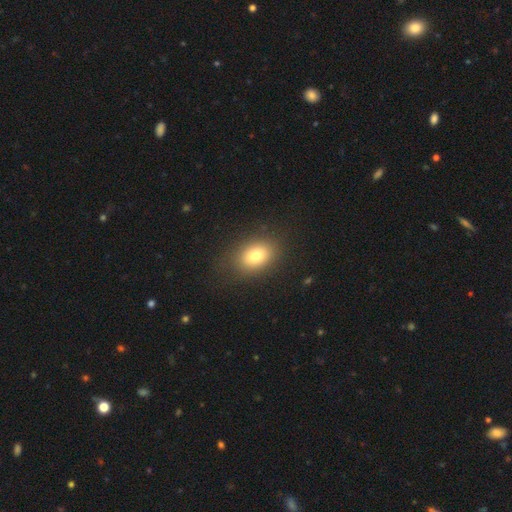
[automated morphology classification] Q: Smooth or featured?
A: smooth (78%); runner-up: featured or disk (11%)
Q: How rounded?
A: in between (73%); runner-up: round (26%)
Q: Merging?
A: none (83%); runner-up: minor disturbance (11%)